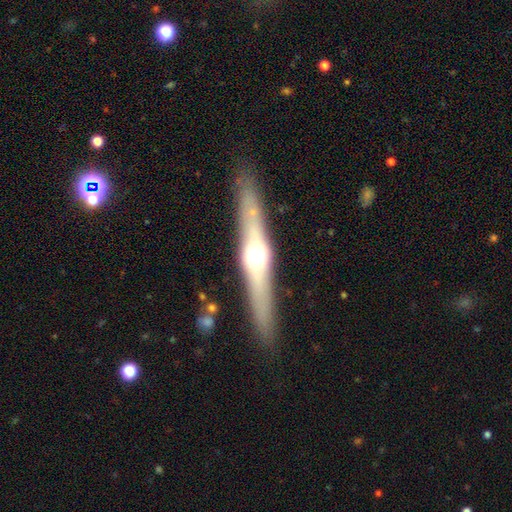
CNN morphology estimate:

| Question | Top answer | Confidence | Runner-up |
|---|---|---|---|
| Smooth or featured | featured or disk | 68% | smooth (26%) |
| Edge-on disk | yes | 95% | no (5%) |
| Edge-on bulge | rounded | 90% | boxy (6%) |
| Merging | none | 88% | minor disturbance (9%) |